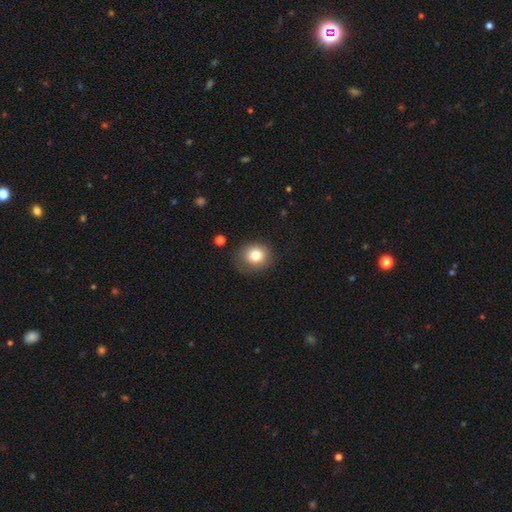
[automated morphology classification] smooth 79%, star or artifact 11%, featured or disk 10%. Down the decision tree: how rounded — round (76%); merging — none (77%).